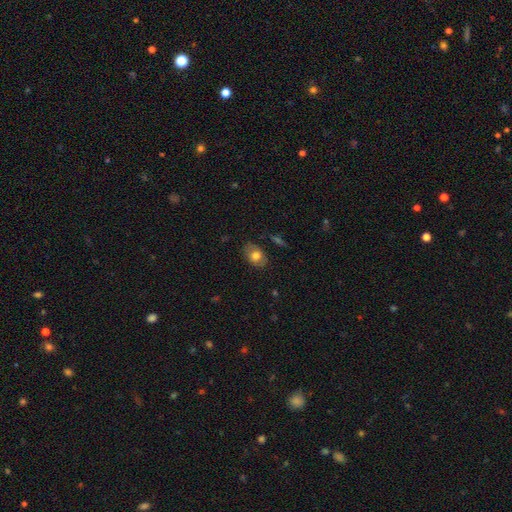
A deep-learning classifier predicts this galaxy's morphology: smooth 73%, featured or disk 19%, star or artifact 8%. Down the decision tree: how rounded — in between (77%); merging — none (81%).